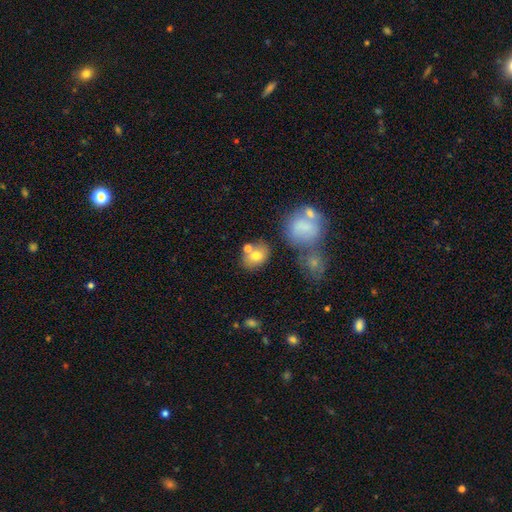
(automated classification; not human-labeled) smooth_or_featured: smooth (p=0.73) [alt: featured or disk p=0.16]
how_rounded: in between (p=0.53) [alt: round p=0.46]
merging: none (p=0.62) [alt: merger p=0.20]